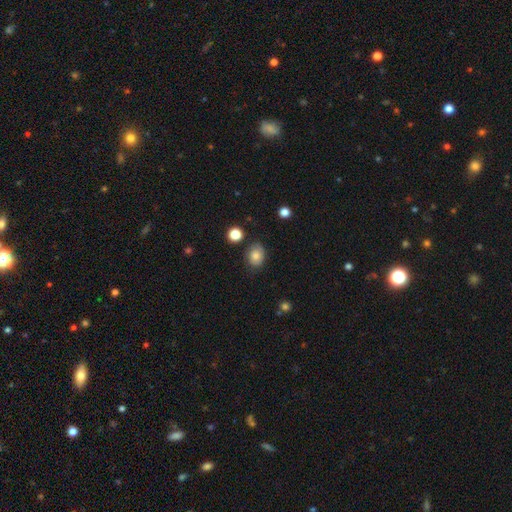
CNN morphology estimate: A smooth galaxy with no disk features (81%) that is in between round and cigar-shaped (59%). Merging: none (78%).